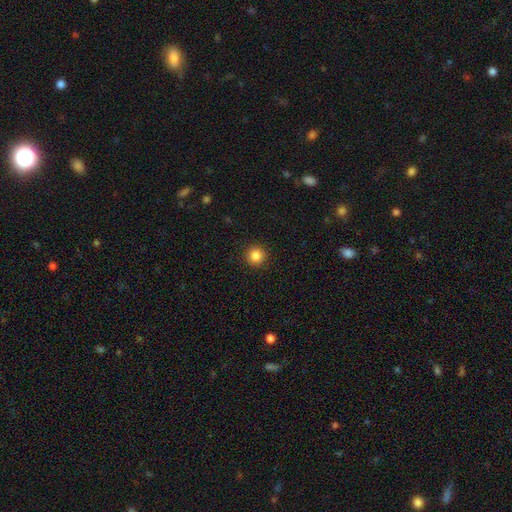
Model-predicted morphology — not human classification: The model was most divided on "smooth or featured": smooth: 85%, star or artifact: 11%, featured or disk: 4%. More confident: how rounded — round (96%); merging — none (93%).